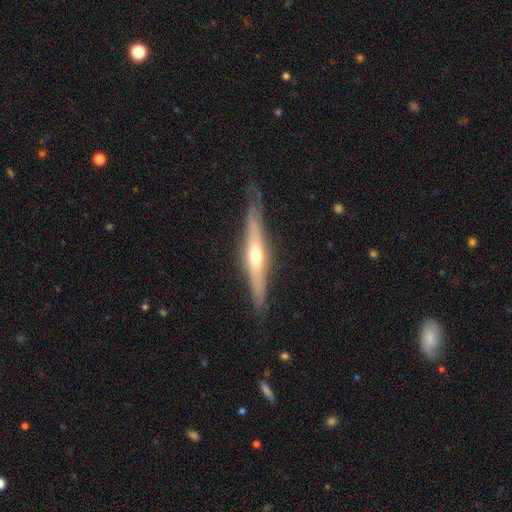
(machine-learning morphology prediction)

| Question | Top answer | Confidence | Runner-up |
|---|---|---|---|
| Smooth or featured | featured or disk | 65% | smooth (29%) |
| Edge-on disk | yes | 91% | no (9%) |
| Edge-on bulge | rounded | 82% | none (14%) |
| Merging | none | 81% | minor disturbance (14%) |